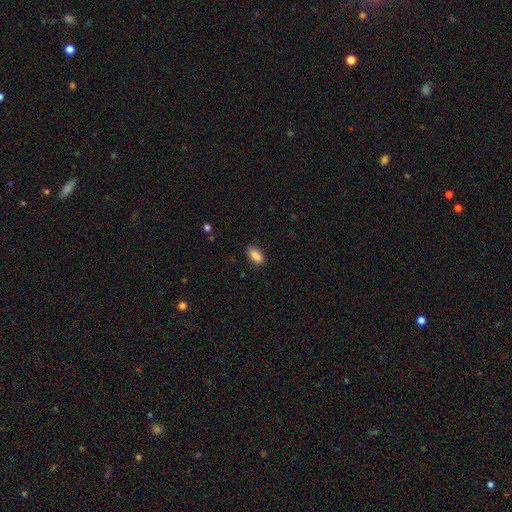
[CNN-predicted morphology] The model was most divided on "merging": none: 87%, minor disturbance: 10%, major disturbance: 2%, merger: 1%. More confident: how rounded — in between (91%); smooth or featured — smooth (87%).